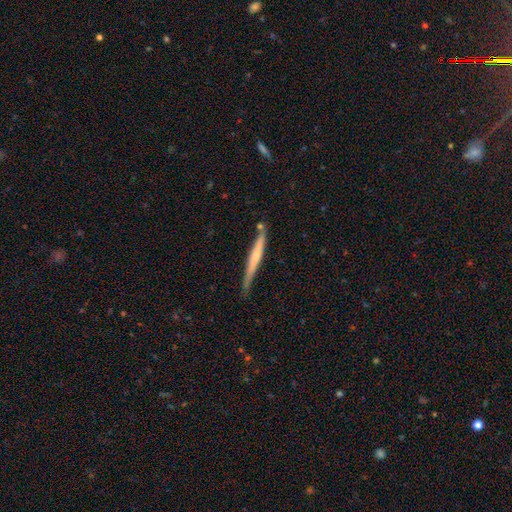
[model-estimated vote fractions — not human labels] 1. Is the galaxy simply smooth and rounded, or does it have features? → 49% featured or disk, 46% smooth, 5% star or artifact.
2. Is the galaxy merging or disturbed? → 74% none, 18% minor disturbance, 5% merger, 3% major disturbance.